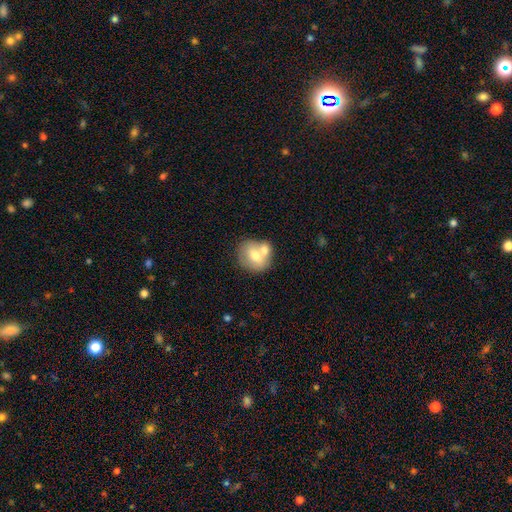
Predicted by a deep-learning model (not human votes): smooth_or_featured: smooth (p=0.64) [alt: featured or disk p=0.28]
how_rounded: round (p=0.73) [alt: in between p=0.26]
merging: none (p=0.44) [alt: merger p=0.40]